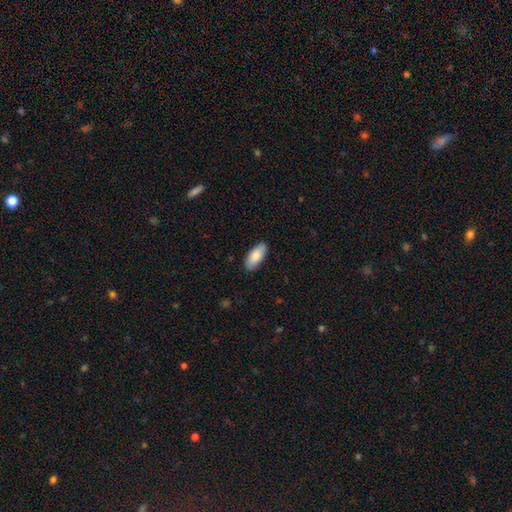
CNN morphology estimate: smooth-or-featured: smooth: 85% | featured or disk: 10% | star or artifact: 5%
  how-rounded: in between: 88% | cigar-shaped: 10% | round: 2%
  merging: none: 88% | minor disturbance: 9% | major disturbance: 2% | merger: 1%